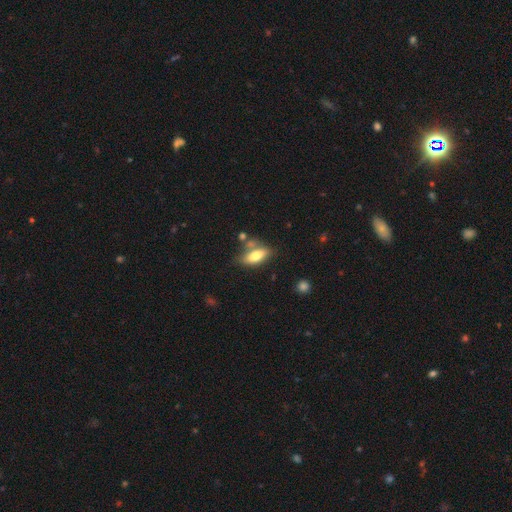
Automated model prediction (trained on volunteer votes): smooth 70%, featured or disk 23%, star or artifact 7%. Down the decision tree: how rounded — in between (72%); merging — none (60%).